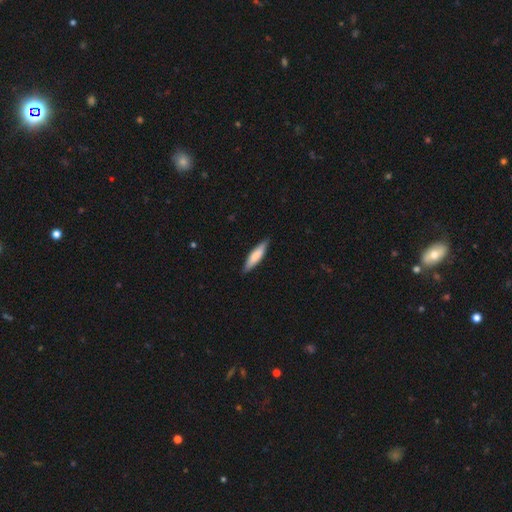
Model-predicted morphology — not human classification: smooth-or-featured: smooth: 75% | featured or disk: 20% | star or artifact: 5%
  how-rounded: cigar-shaped: 76% | in between: 23% | round: 1%
  merging: none: 87% | minor disturbance: 10% | major disturbance: 2% | merger: 1%